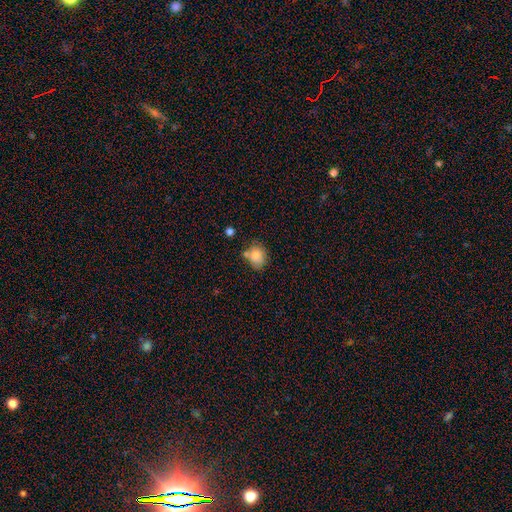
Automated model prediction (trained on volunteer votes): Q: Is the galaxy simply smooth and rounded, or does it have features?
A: smooth — 83%.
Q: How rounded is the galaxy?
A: round — 59%.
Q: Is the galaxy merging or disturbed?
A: none — 58%.